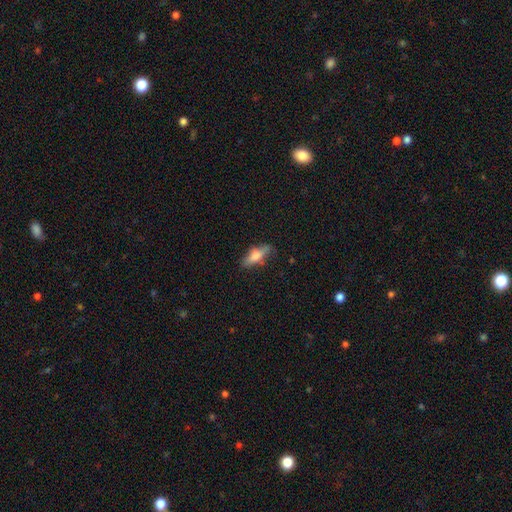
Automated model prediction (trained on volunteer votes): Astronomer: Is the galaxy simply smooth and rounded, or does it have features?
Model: smooth — 63%.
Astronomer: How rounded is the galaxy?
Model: in between — 57% (runner-up: cigar-shaped, 40%).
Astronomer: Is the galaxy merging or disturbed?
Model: none — 67%.